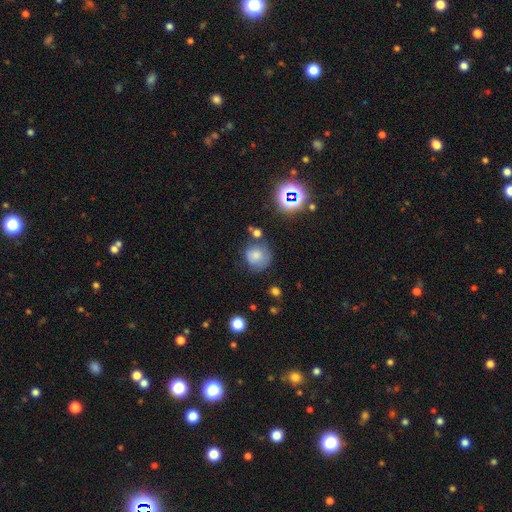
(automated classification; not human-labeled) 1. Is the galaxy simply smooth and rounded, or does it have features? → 73% smooth, 14% star or artifact, 13% featured or disk.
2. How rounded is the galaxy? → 86% round, 13% in between, 1% cigar-shaped.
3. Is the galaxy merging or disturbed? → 61% none, 24% minor disturbance, 9% major disturbance, 7% merger.